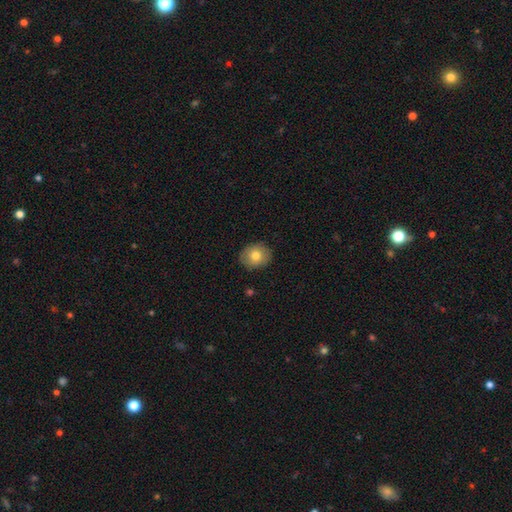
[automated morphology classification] type=smooth (78%); roundness=round (67%); merging=none (89%).